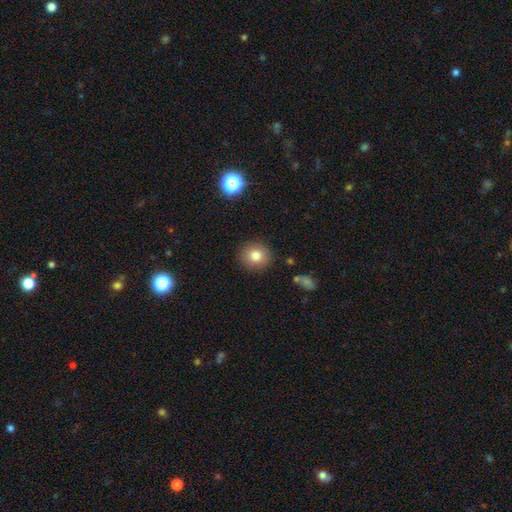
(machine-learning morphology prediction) Smooth or featured? smooth (81%)
How rounded? round (88%)
Merging? none (89%)